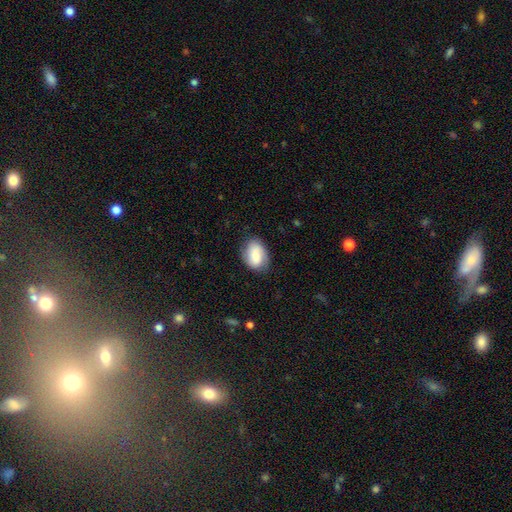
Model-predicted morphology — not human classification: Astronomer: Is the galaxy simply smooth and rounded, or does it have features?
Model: smooth — 65%.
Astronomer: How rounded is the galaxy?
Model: in between — 78%.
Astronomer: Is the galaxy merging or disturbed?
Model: none — 76%.